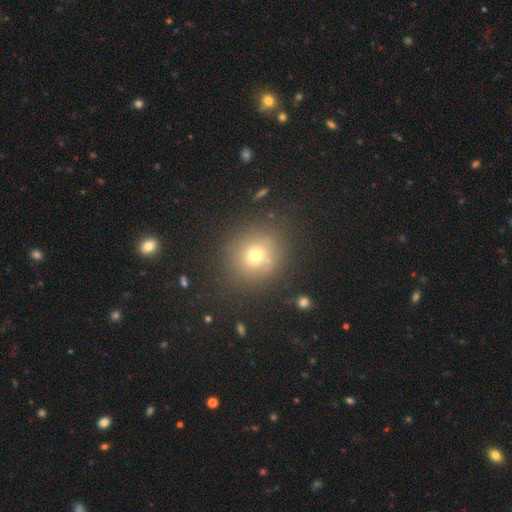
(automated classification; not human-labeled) A smooth galaxy with no disk features (70%) that is round (85%). Merging: none (81%).